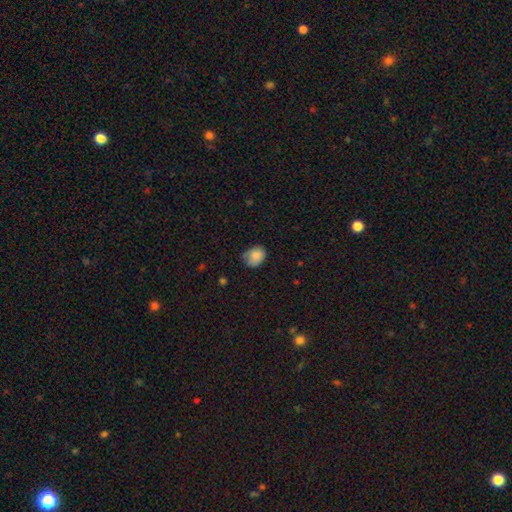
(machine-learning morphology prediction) This appears to be a smooth galaxy with no disk features (83%) that is in between round and cigar-shaped (52%). Merging: none (57%).